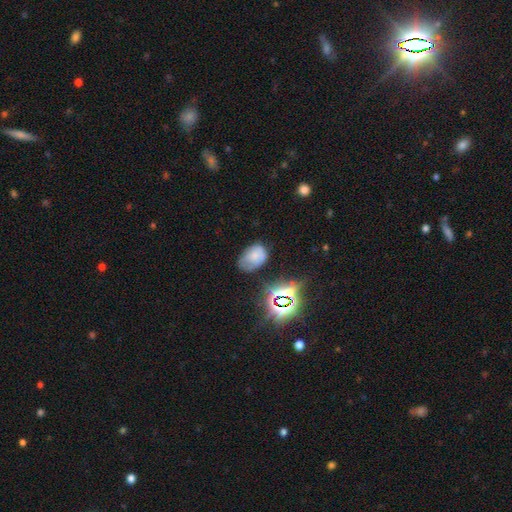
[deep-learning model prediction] Smooth or featured?
  - smooth: 62% *
  - star or artifact: 19%
  - featured or disk: 19%
How rounded?
  - in between: 82% *
  - round: 17%
  - cigar-shaped: 1%
Merging?
  - none: 51% *
  - minor disturbance: 32%
  - major disturbance: 13%
  - merger: 4%